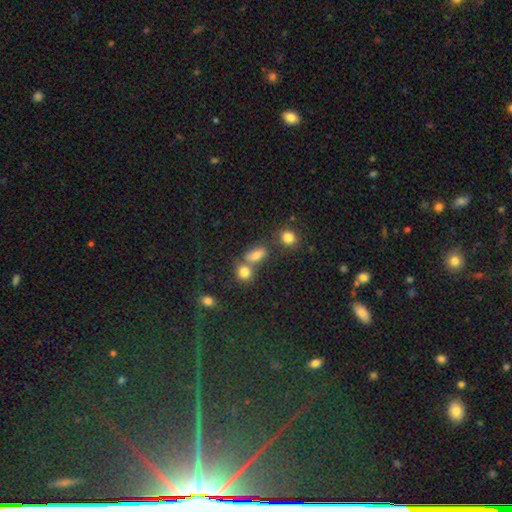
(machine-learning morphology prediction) This appears to be a smooth galaxy with no disk features (71%) that is in between round and cigar-shaped (67%). Merging: none (47%).